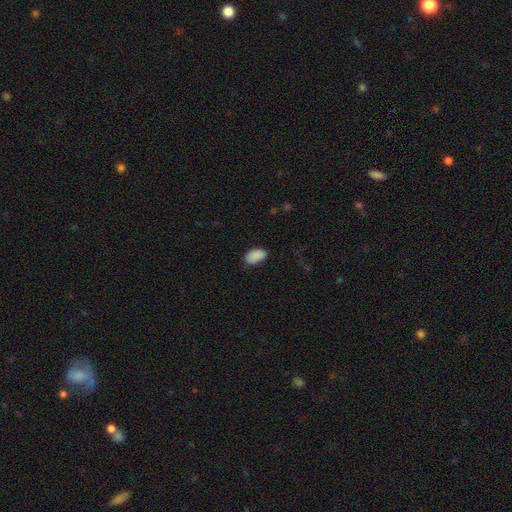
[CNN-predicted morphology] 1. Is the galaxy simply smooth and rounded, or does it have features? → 89% smooth, 7% star or artifact, 4% featured or disk.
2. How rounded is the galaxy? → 94% in between, 4% round, 1% cigar-shaped.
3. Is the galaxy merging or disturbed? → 76% none, 19% minor disturbance, 4% major disturbance, 1% merger.